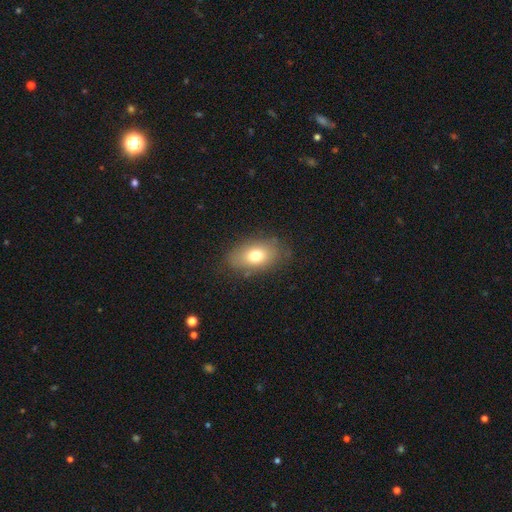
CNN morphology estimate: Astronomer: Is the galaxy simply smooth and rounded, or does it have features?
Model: smooth — 73%.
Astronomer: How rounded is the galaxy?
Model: in between — 86%.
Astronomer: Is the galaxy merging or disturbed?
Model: none — 78%.